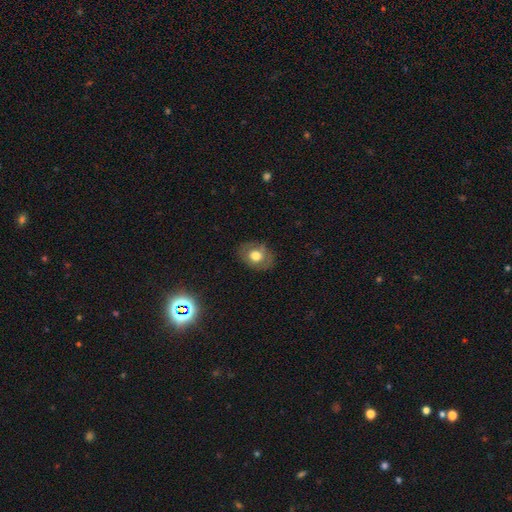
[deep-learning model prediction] A smooth galaxy with no disk features (62%) that is in between round and cigar-shaped (58%). Merging: none (79%).